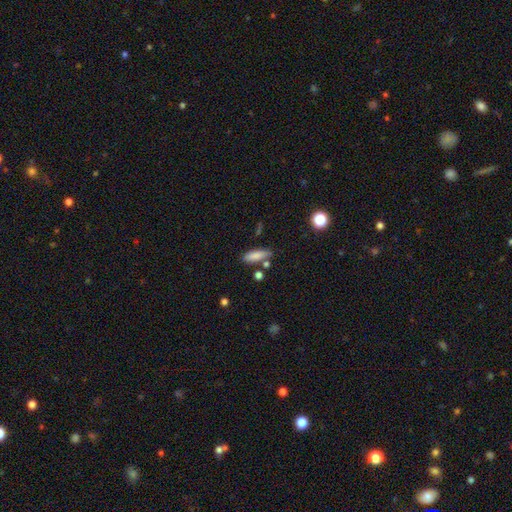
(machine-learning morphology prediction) smooth_or_featured: smooth (p=0.81) [alt: featured or disk p=0.11]
how_rounded: in between (p=0.52) [alt: cigar-shaped p=0.45]
merging: none (p=0.68) [alt: minor disturbance p=0.17]